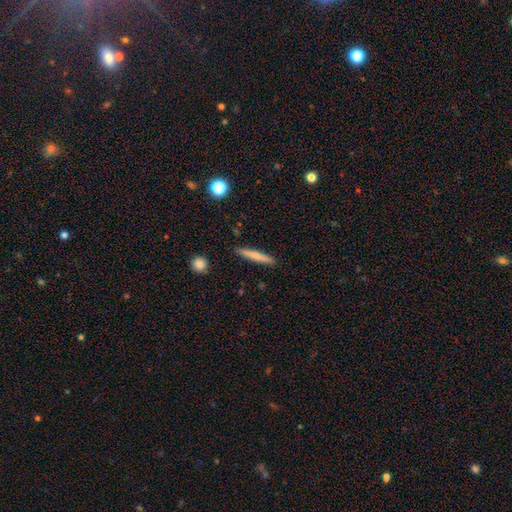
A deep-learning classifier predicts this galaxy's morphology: Smooth or featured? smooth (69%)
How rounded? cigar-shaped (95%)
Merging? none (90%)